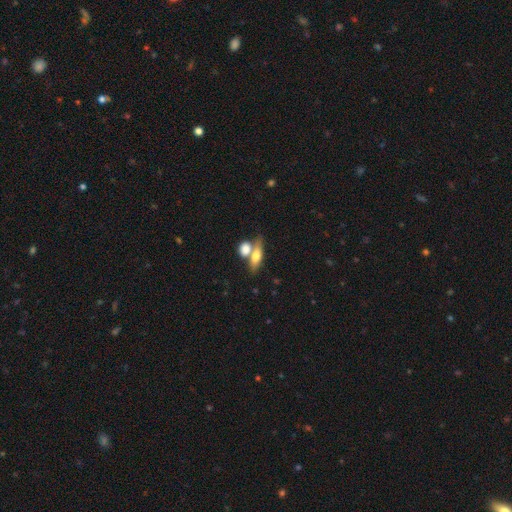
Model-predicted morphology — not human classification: Smooth or featured? smooth (63%)
How rounded? in between (59%)
Merging? none (43%)